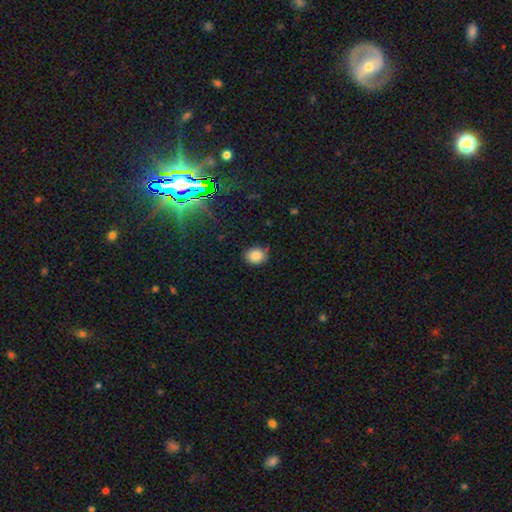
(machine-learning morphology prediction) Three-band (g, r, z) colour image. It shows a smooth galaxy with no disk features (83%) that is round (58%). Merging: none (81%).